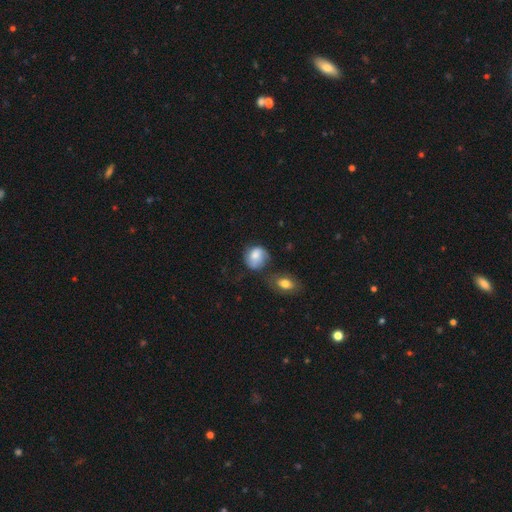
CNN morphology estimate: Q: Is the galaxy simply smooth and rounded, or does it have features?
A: smooth — 69%.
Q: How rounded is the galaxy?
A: round — 65%.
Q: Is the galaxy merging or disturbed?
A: none — 50%.